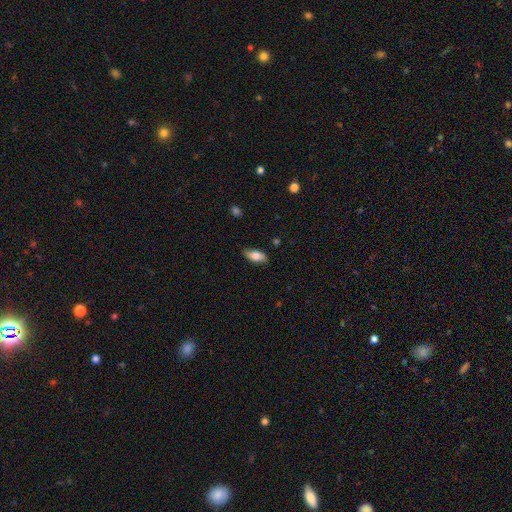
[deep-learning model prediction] The model was most divided on "smooth or featured": smooth: 74%, featured or disk: 19%, star or artifact: 7%. More confident: how rounded — in between (83%); merging — none (81%).